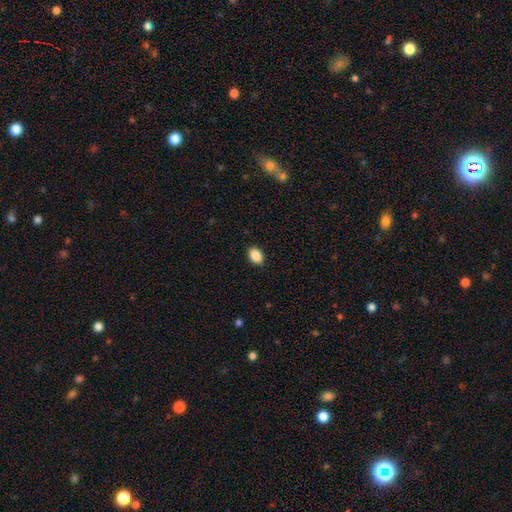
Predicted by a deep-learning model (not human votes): Smooth or featured: smooth — 88% (star or artifact — 8%)
How rounded: in between — 82% (round — 16%)
Merging: none — 89% (minor disturbance — 9%)